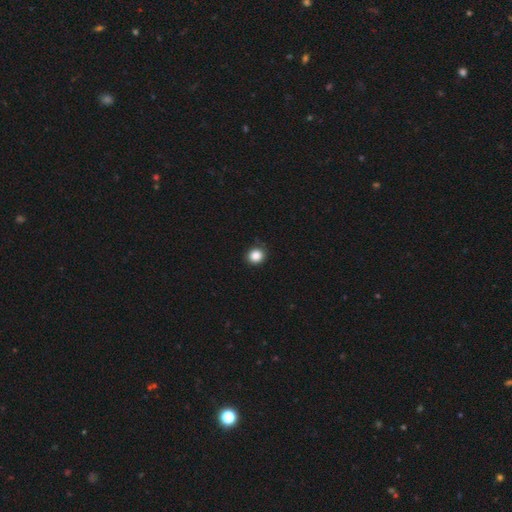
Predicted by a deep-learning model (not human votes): This appears to be a smooth galaxy with no disk features (87%) that is round (82%). Merging: none (88%).